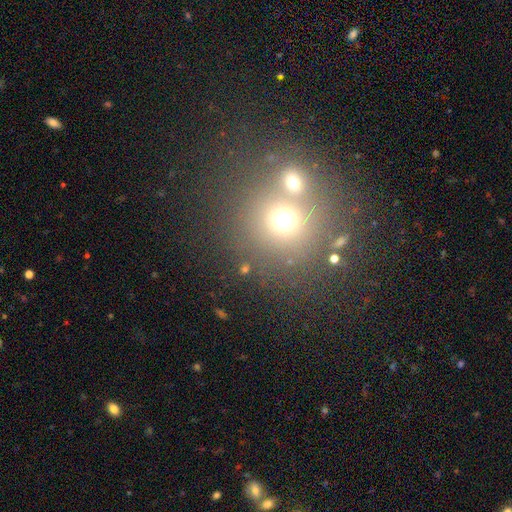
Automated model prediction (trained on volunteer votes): Q: Smooth or featured?
A: smooth (56%); runner-up: star or artifact (29%)
Q: How rounded?
A: round (87%); runner-up: in between (11%)
Q: Merging?
A: none (55%); runner-up: merger (32%)